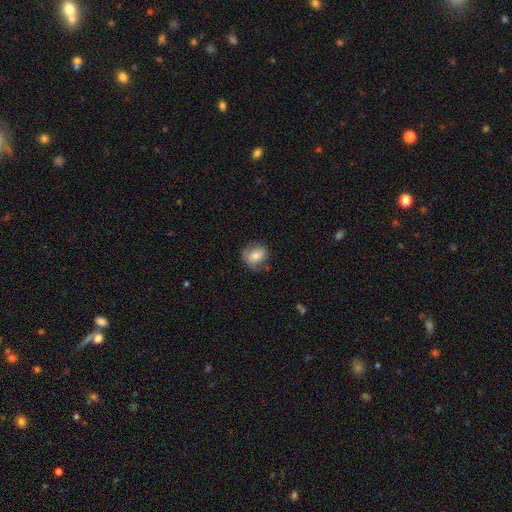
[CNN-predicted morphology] This is likely a smooth galaxy (67%). How rounded: possibly round (50%). Merging: possibly none (57%).